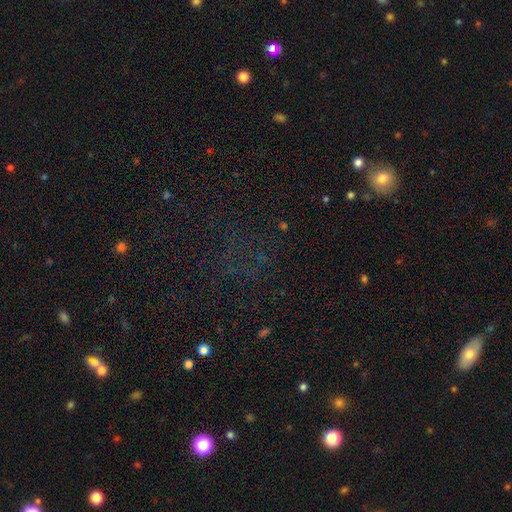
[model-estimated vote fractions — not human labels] This appears to be a star or artifact, not a galaxy (60%).